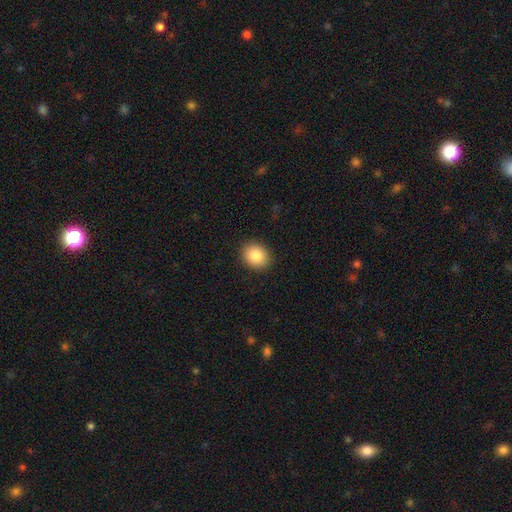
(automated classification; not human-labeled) This appears to be a smooth galaxy with no disk features (87%) that is round (59%). Merging: none (90%).